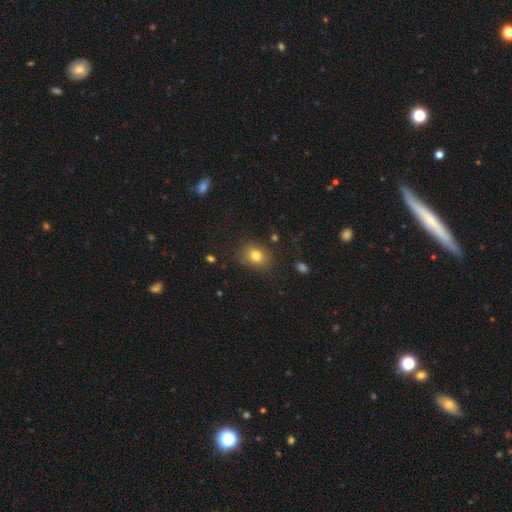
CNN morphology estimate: smooth_or_featured: smooth (p=0.80) [alt: star or artifact p=0.12]
how_rounded: round (p=0.50) [alt: in between p=0.49]
merging: none (p=0.80) [alt: minor disturbance p=0.14]